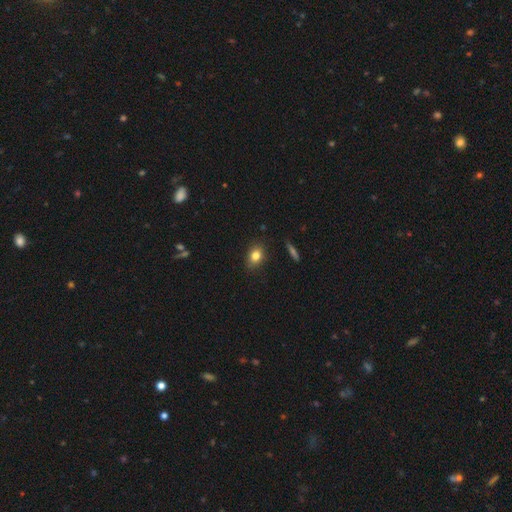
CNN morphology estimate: This is clearly a smooth galaxy (81%). How rounded: likely in between (63%). Merging: clearly none (86%).